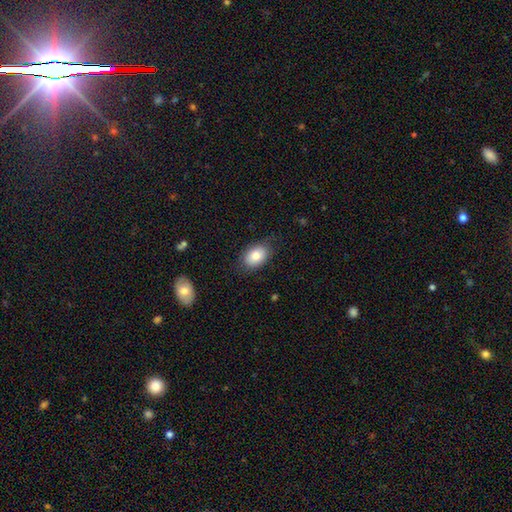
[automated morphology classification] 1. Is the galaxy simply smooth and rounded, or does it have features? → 81% smooth, 11% featured or disk, 8% star or artifact.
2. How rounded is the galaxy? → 86% in between, 13% round, 1% cigar-shaped.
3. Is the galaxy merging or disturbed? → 80% none, 15% minor disturbance, 4% major disturbance, 1% merger.